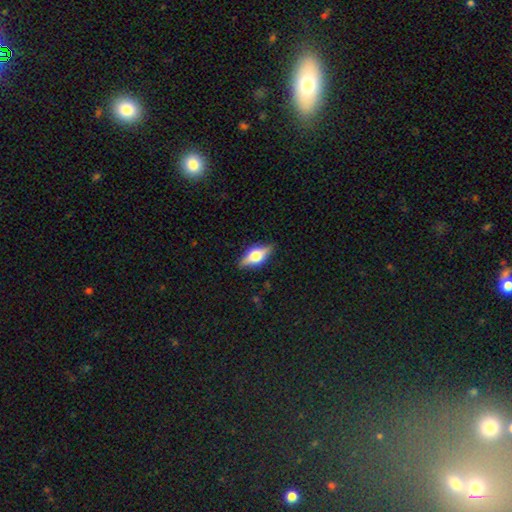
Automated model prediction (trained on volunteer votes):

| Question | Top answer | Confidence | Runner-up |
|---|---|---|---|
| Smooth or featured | featured or disk | 51% | smooth (42%) |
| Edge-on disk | yes | 91% | no (9%) |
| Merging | none | 86% | minor disturbance (10%) |